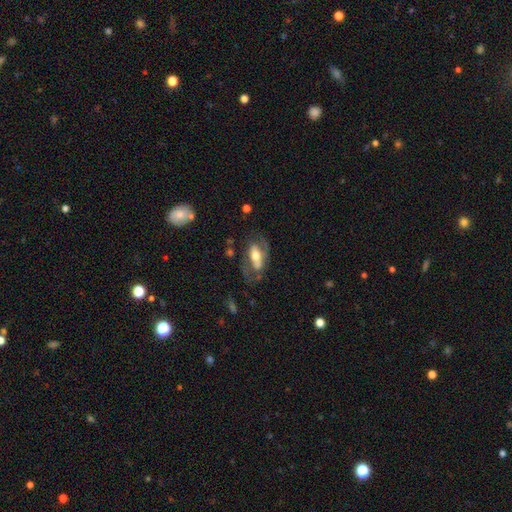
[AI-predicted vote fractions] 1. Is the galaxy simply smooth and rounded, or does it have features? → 65% featured or disk, 29% smooth, 6% star or artifact.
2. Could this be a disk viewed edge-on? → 85% no, 15% yes.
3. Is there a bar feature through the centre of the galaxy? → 41% strong, 33% no, 26% weak.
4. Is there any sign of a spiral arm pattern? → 61% yes, 39% no.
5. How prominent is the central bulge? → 61% moderate, 21% large, 15% small, 2% dominant, 2% none.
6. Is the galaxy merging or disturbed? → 56% none, 20% major disturbance, 20% minor disturbance, 4% merger.